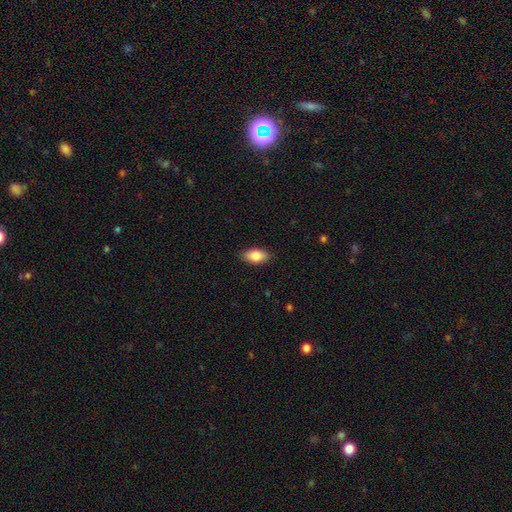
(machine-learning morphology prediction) This appears to be a smooth galaxy with no disk features (84%) that is in between round and cigar-shaped (91%). Merging: none (87%).